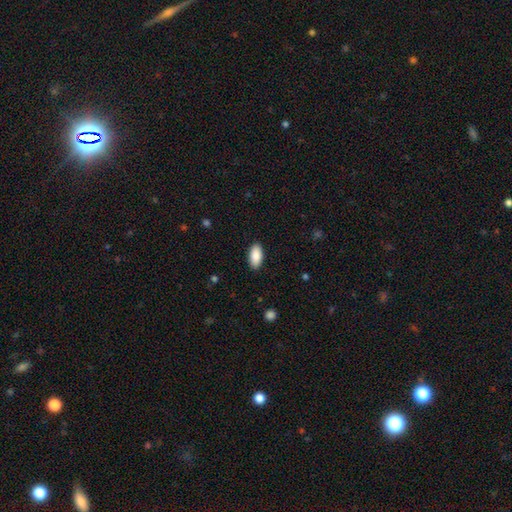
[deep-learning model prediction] Q: Smooth or featured?
A: smooth (88%); runner-up: star or artifact (6%)
Q: How rounded?
A: in between (93%); runner-up: cigar-shaped (5%)
Q: Merging?
A: none (89%); runner-up: minor disturbance (8%)